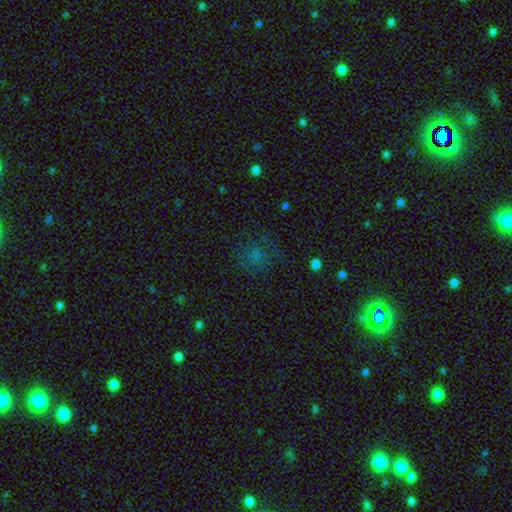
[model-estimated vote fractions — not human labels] smooth-or-featured: smooth: 66% | star or artifact: 23% | featured or disk: 11%
  how-rounded: round: 83% | in between: 16% | cigar-shaped: 1%
  merging: none: 73% | minor disturbance: 16% | major disturbance: 9% | merger: 2%